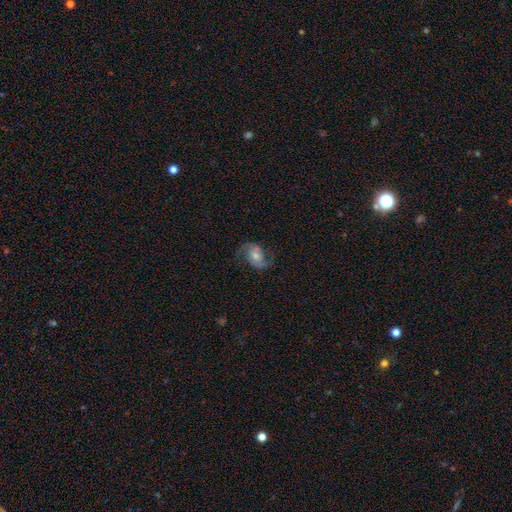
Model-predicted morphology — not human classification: featured or disk 77%, smooth 16%, star or artifact 7%. Down the decision tree: edge-on disk — no (97%); bar — no (50%); spiral arms — yes (93%); spiral arm count — 2 (92%); spiral winding — medium (46%); bulge size — moderate (57%); merging — none (75%).